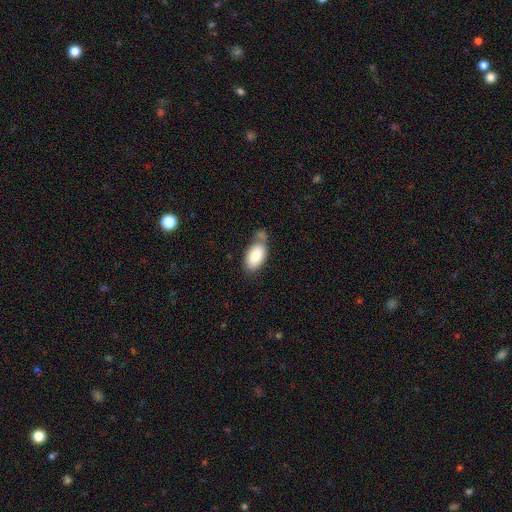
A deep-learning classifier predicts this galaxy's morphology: Smooth or featured? Predicted: smooth (p=0.85). How rounded? Predicted: in between (p=0.94). Merging? Predicted: none (p=0.45).